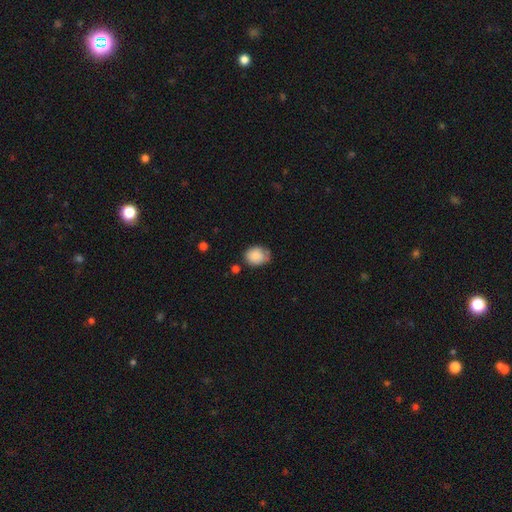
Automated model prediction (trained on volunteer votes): Smooth or featured?
  - smooth: 84% *
  - star or artifact: 8%
  - featured or disk: 8%
How rounded?
  - round: 57% *
  - in between: 43%
  - cigar-shaped: 1%
Merging?
  - none: 54% *
  - minor disturbance: 32%
  - major disturbance: 7%
  - merger: 7%